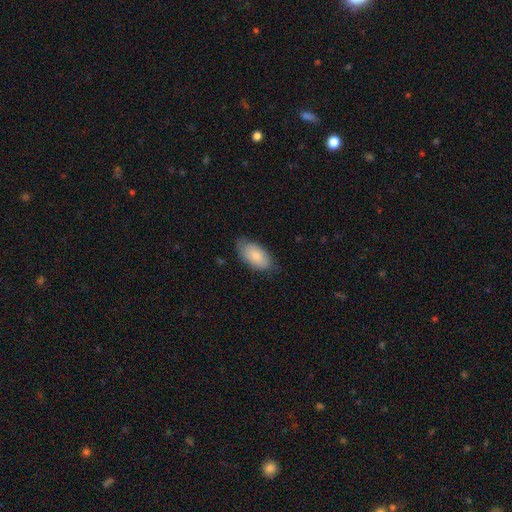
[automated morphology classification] Smooth or featured?
  - smooth: 82% *
  - featured or disk: 13%
  - star or artifact: 6%
How rounded?
  - in between: 94% *
  - cigar-shaped: 3%
  - round: 3%
Merging?
  - none: 74% *
  - minor disturbance: 22%
  - major disturbance: 4%
  - merger: 1%